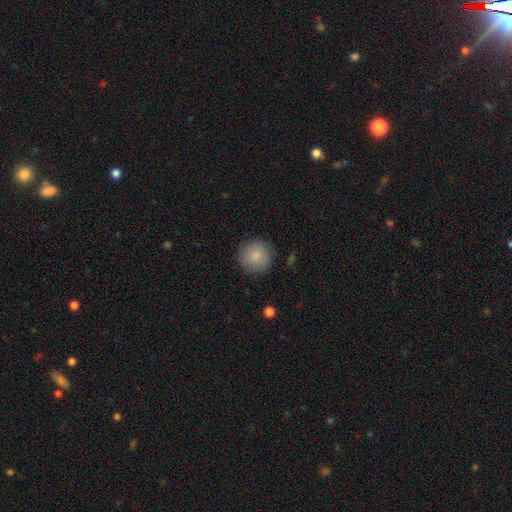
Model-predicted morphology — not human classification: smooth-or-featured: smooth: 87% | star or artifact: 7% | featured or disk: 6%
  how-rounded: round: 95% | in between: 4% | cigar-shaped: 1%
  merging: none: 87% | minor disturbance: 9% | major disturbance: 3% | merger: 1%